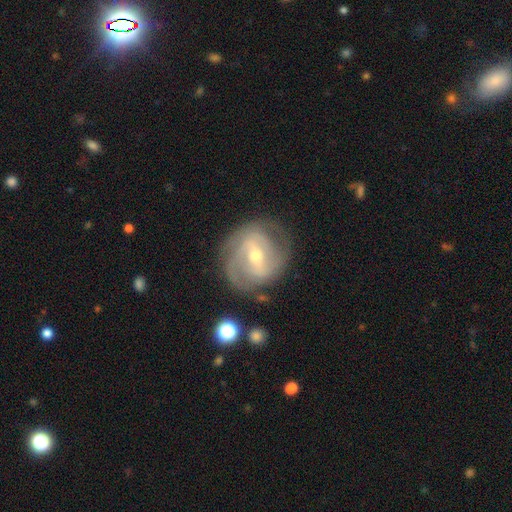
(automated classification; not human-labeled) A featured or disk galaxy (83%) with a weak bar (44%), 2 (52%) tight (45%) spiral arms (90%) and a moderate central bulge (49%).

Vote fractions:
- Smooth or featured? featured or disk: 83% / smooth: 11% / star or artifact: 6%
- Edge-on disk? no: 96% / yes: 4%
- Bar? weak: 44% / strong: 40% / no: 16%
- Spiral arms? yes: 90% / no: 10%
- Spiral winding? tight: 45% / medium: 40% / loose: 15%
- Spiral arm count? 2: 52% / can't tell: 22% / 3: 16% / 4: 4% / 1: 4% / more than 4: 3%
- Bulge size? moderate: 49% / small: 48% / large: 2% / none: 1% / dominant: 1%
- Merging? none: 73% / minor disturbance: 17% / major disturbance: 8% / merger: 2%